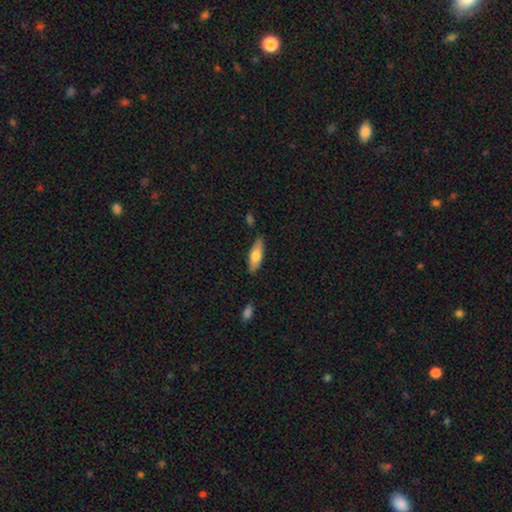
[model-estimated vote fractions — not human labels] smooth-or-featured: smooth: 68% | featured or disk: 26% | star or artifact: 6%
  how-rounded: in between: 58% | cigar-shaped: 40% | round: 2%
  merging: none: 82% | minor disturbance: 13% | merger: 2% | major disturbance: 2%